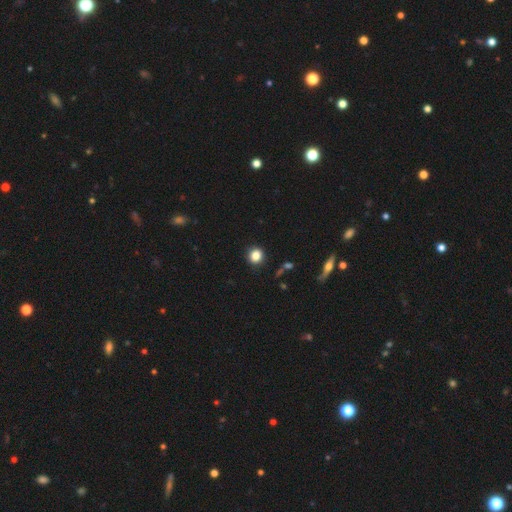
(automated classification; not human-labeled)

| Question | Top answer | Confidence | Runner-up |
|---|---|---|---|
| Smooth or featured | smooth | 84% | star or artifact (11%) |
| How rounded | round | 88% | in between (10%) |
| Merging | none | 90% | minor disturbance (6%) |